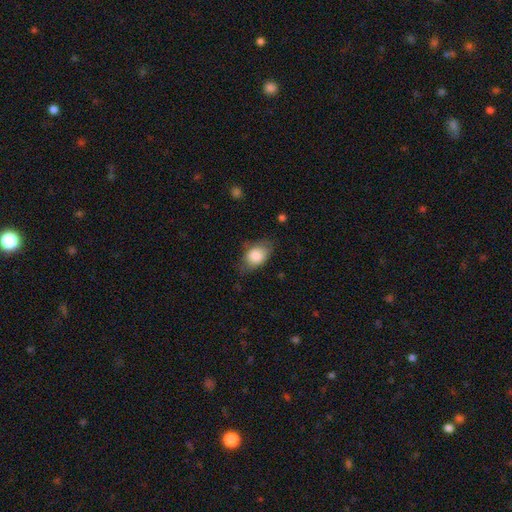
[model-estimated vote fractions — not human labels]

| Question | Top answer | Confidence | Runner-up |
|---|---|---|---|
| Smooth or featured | smooth | 82% | featured or disk (11%) |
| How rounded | in between | 83% | round (15%) |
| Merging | none | 64% | minor disturbance (27%) |